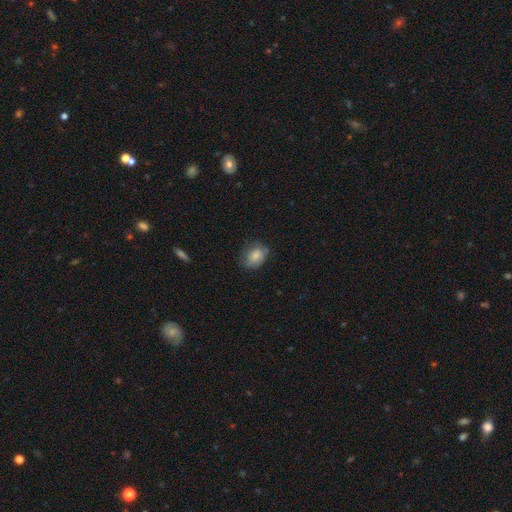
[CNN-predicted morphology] A smooth galaxy with no disk features (79%) that is in between round and cigar-shaped (62%). Merging: none (66%).